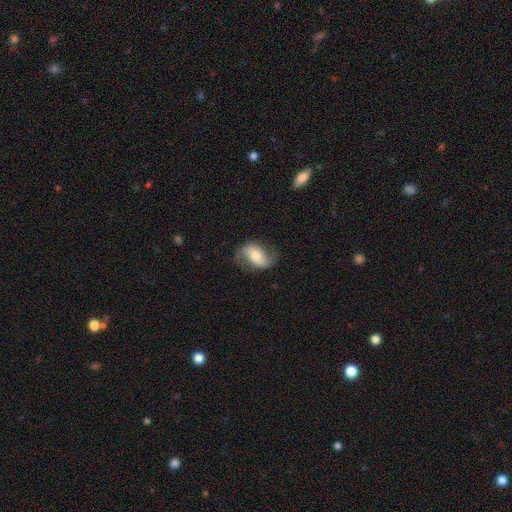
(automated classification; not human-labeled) Smooth or featured? featured or disk (54%)
Edge-on disk? no (94%)
Bar? no (43%)
Spiral arms? yes (83%)
Bulge size? moderate (60%)
Merging? none (69%)